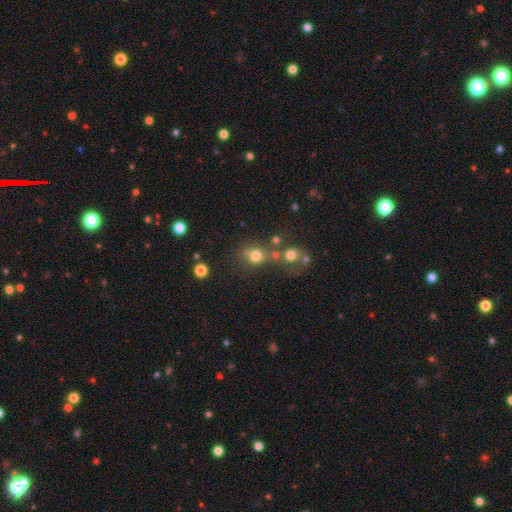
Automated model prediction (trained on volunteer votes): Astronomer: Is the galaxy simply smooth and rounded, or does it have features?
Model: smooth — 72%.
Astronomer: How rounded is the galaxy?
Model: round — 82%.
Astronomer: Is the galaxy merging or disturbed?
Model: none — 54%.